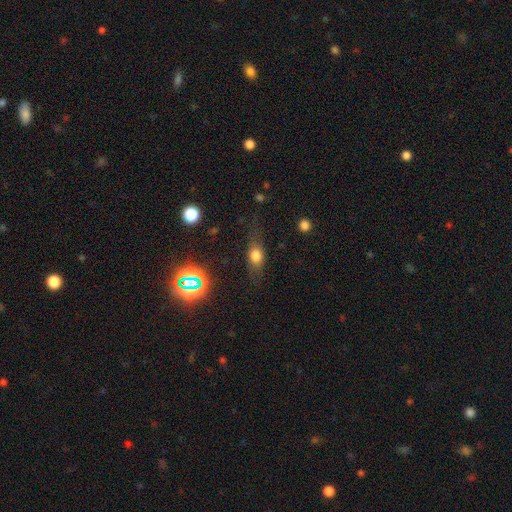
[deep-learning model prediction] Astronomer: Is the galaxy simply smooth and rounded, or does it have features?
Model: smooth — 62%.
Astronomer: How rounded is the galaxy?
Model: in between — 61%.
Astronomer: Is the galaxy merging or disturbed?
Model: none — 69%.